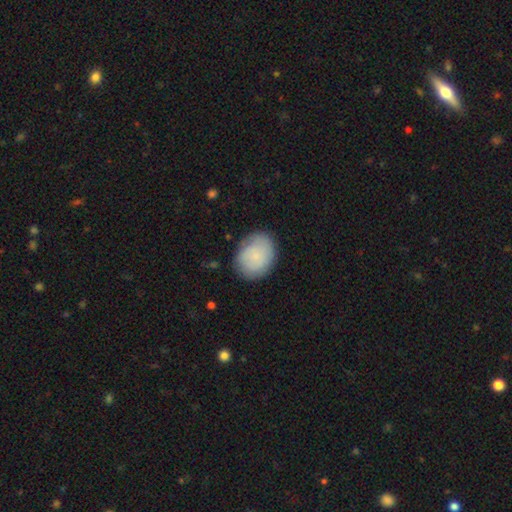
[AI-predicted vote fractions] smooth-or-featured: smooth: 77% | featured or disk: 16% | star or artifact: 7%
  how-rounded: in between: 59% | round: 40% | cigar-shaped: 1%
  merging: none: 76% | minor disturbance: 18% | major disturbance: 4% | merger: 1%